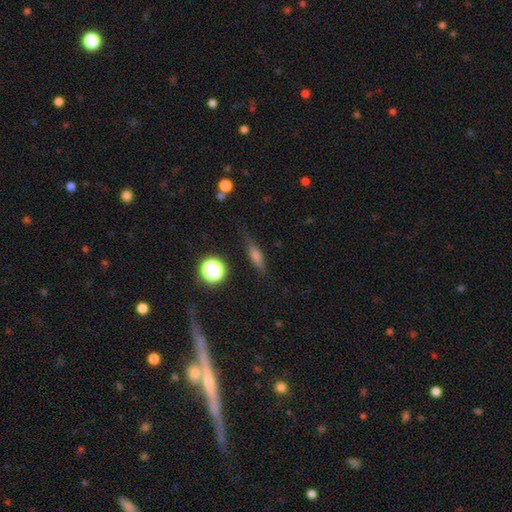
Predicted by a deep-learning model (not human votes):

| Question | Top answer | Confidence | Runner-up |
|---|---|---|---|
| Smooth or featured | smooth | 55% | featured or disk (30%) |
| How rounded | cigar-shaped | 60% | in between (30%) |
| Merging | none | 78% | minor disturbance (15%) |